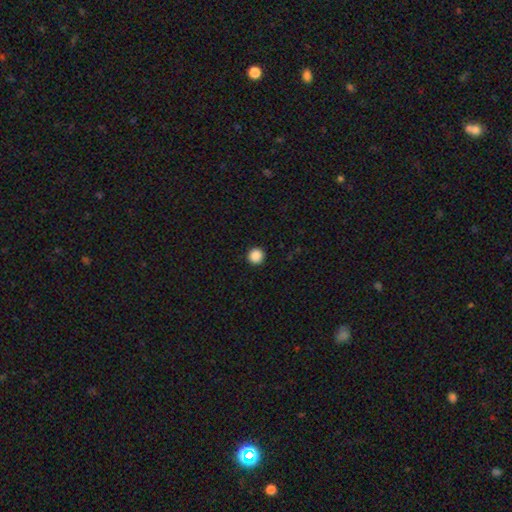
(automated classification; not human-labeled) Smooth or featured: smooth — 88% (star or artifact — 10%)
How rounded: round — 95% (in between — 4%)
Merging: none — 94% (minor disturbance — 4%)